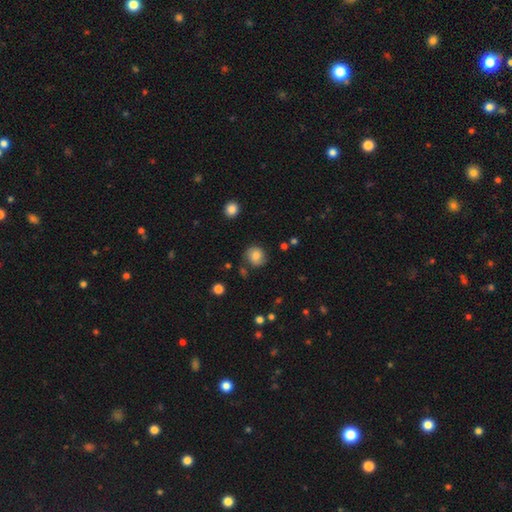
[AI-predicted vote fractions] A smooth galaxy with no disk features (70%) that is round (84%). Merging: none (76%).